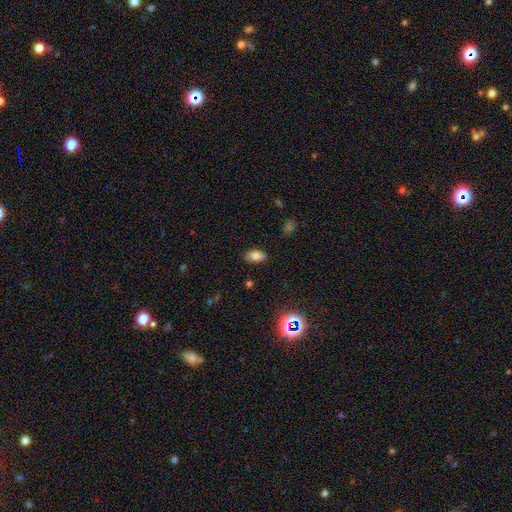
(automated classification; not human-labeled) Smooth or featured? smooth (79%)
How rounded? in between (91%)
Merging? none (85%)